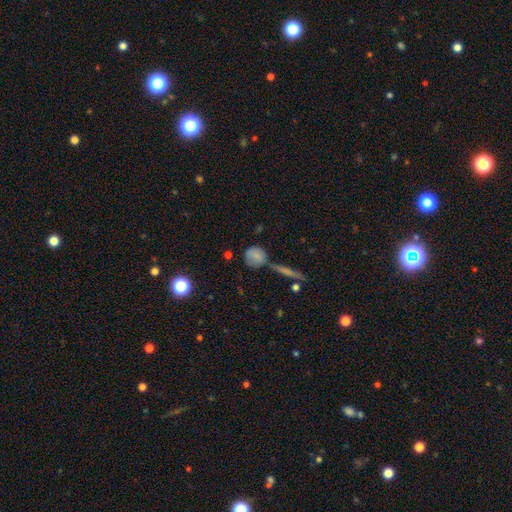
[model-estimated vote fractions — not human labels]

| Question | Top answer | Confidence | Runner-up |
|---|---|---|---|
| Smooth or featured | smooth | 77% | featured or disk (13%) |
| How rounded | round | 77% | in between (18%) |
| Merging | none | 52% | minor disturbance (20%) |